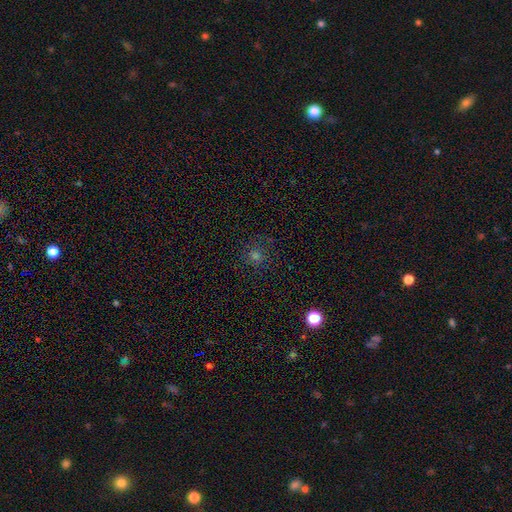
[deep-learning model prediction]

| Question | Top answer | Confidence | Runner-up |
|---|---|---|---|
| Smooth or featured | smooth | 58% | star or artifact (32%) |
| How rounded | round | 92% | in between (7%) |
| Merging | none | 85% | minor disturbance (10%) |